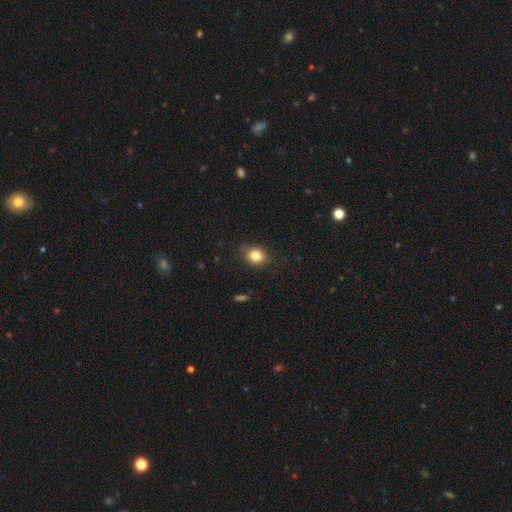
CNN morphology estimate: Q: Smooth or featured?
A: smooth (83%); runner-up: star or artifact (10%)
Q: How rounded?
A: round (58%); runner-up: in between (41%)
Q: Merging?
A: none (80%); runner-up: minor disturbance (15%)